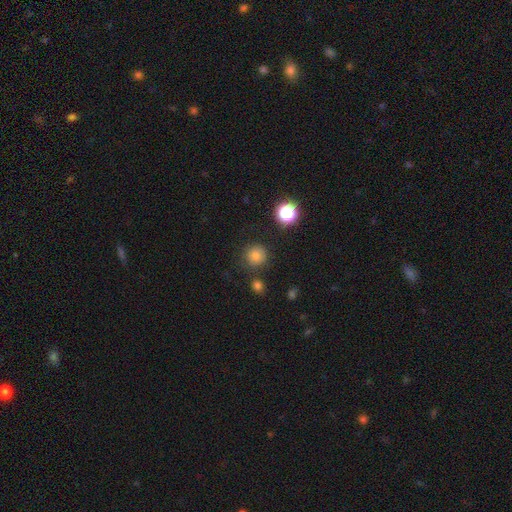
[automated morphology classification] Smooth or featured?
  - smooth: 76% *
  - star or artifact: 16%
  - featured or disk: 7%
How rounded?
  - round: 94% *
  - in between: 5%
  - cigar-shaped: 1%
Merging?
  - none: 84% *
  - minor disturbance: 9%
  - merger: 4%
  - major disturbance: 3%